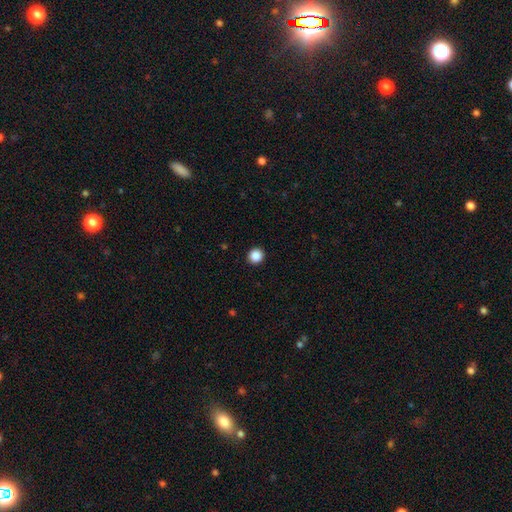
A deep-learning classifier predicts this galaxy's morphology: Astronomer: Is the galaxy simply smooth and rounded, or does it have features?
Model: smooth — 87%.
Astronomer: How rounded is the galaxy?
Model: round — 93%.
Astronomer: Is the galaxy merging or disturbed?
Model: none — 93%.